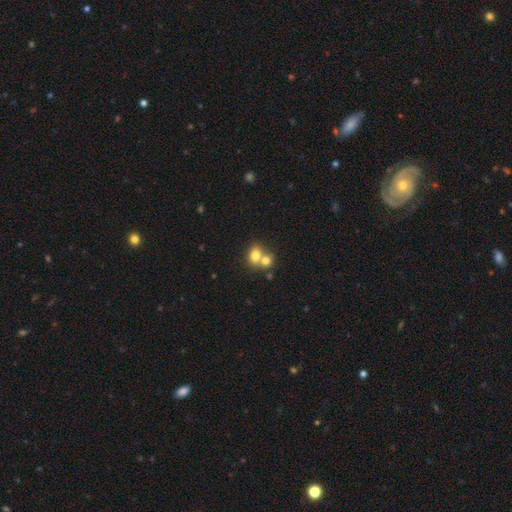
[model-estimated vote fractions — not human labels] Smooth or featured: smooth — 76% (featured or disk — 14%)
How rounded: in between — 57% (round — 42%)
Merging: merger — 60% (none — 30%)